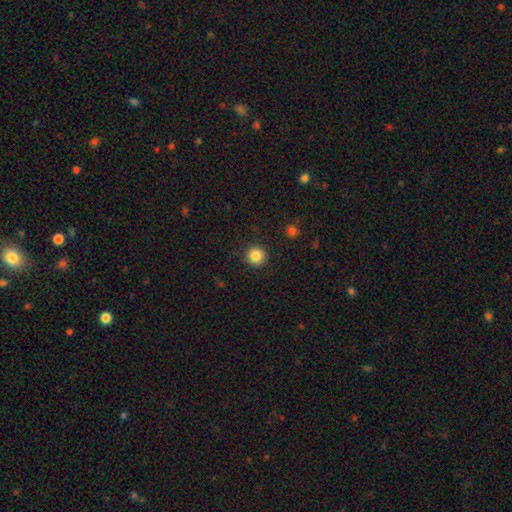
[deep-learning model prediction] Morphology: type=smooth (86%); roundness=round (95%); merging=none (91%).